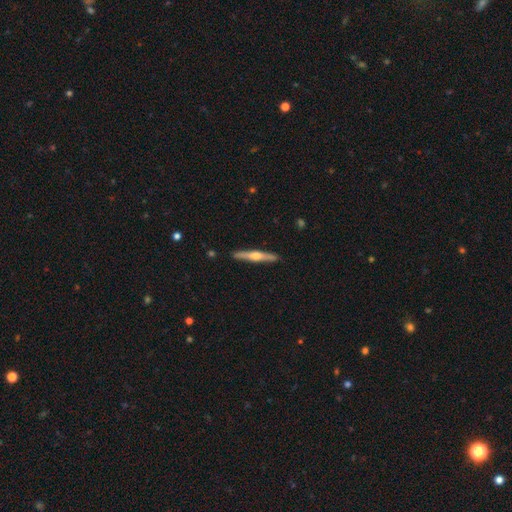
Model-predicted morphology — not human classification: Smooth or featured: featured or disk — 65% (smooth — 30%)
Edge-on disk: yes — 97% (no — 3%)
Edge-on bulge: rounded — 91% (none — 5%)
Merging: none — 91% (minor disturbance — 7%)